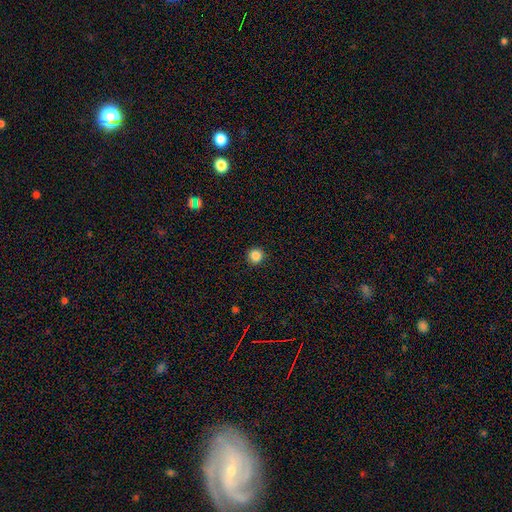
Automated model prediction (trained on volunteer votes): smooth 86%, star or artifact 11%, featured or disk 3%. Down the decision tree: how rounded — round (95%); merging — none (92%).